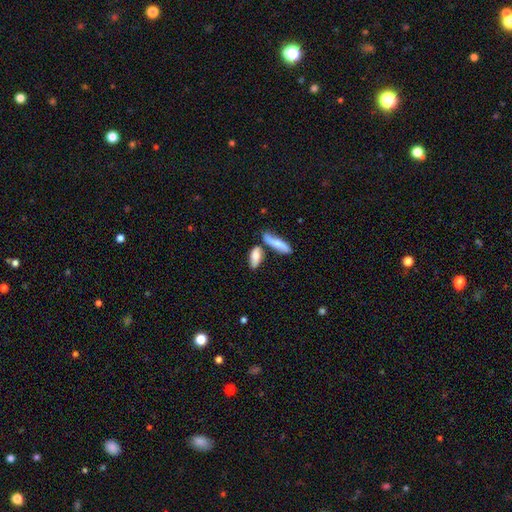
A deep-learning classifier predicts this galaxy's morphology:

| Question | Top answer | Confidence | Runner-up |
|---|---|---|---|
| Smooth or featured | smooth | 76% | featured or disk (17%) |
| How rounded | in between | 72% | cigar-shaped (24%) |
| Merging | none | 49% | merger (30%) |